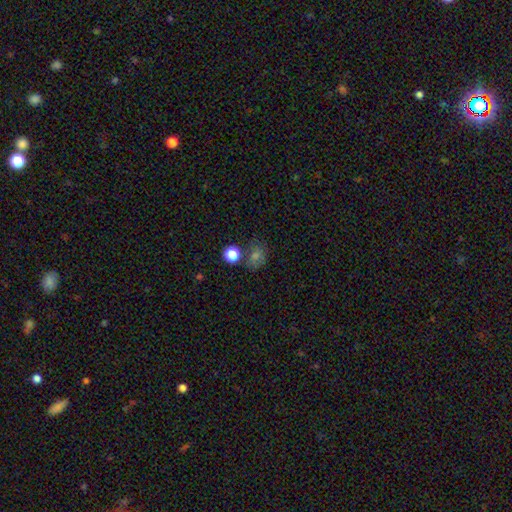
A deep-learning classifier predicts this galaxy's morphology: Overall: smooth (60%; star or artifact 27%). How rounded: round (64%; in between 35%). Merging: none (67%).